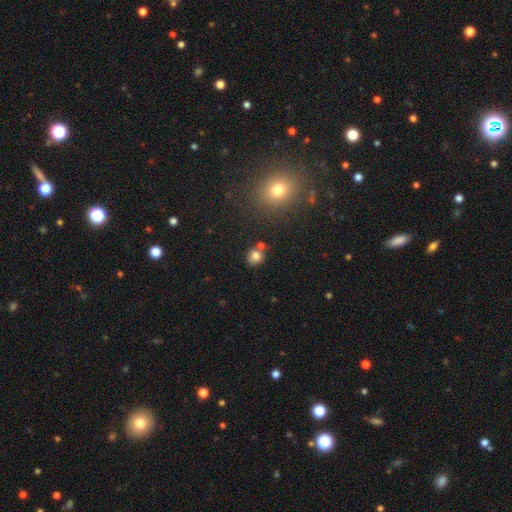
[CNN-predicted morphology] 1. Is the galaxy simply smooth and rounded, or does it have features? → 77% smooth, 13% star or artifact, 10% featured or disk.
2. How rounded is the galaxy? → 75% round, 24% in between, 1% cigar-shaped.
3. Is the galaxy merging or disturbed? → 65% none, 20% merger, 12% minor disturbance, 4% major disturbance.